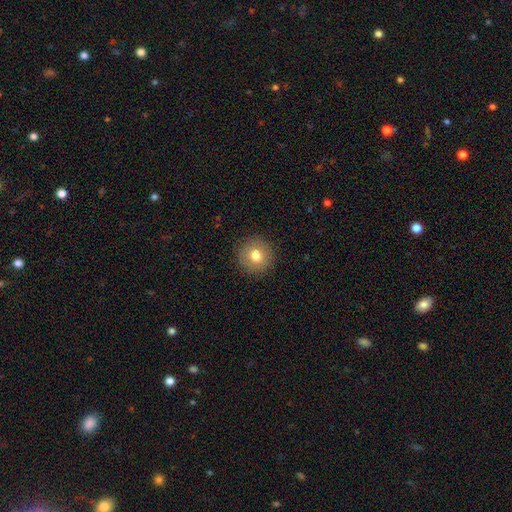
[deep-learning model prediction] A smooth galaxy with no disk features (77%) that is round (94%). Merging: none (90%).